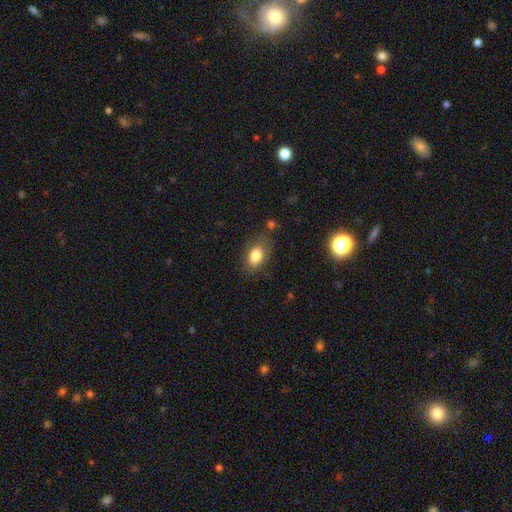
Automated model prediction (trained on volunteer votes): A smooth galaxy with no disk features (79%) that is in between round and cigar-shaped (84%). Merging: none (74%).